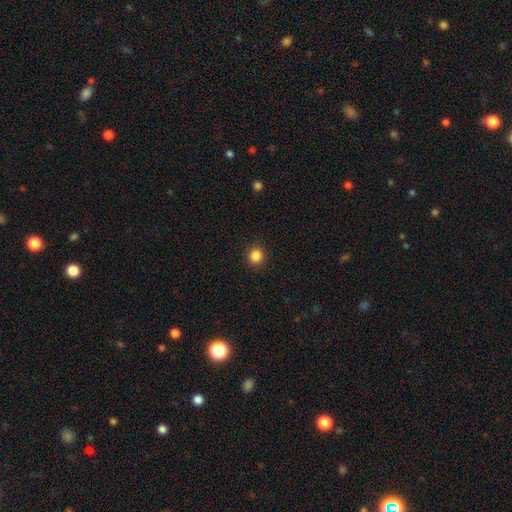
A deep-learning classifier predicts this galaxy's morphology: Smooth or featured: smooth — 85% (star or artifact — 11%)
How rounded: round — 92% (in between — 7%)
Merging: none — 92% (minor disturbance — 5%)